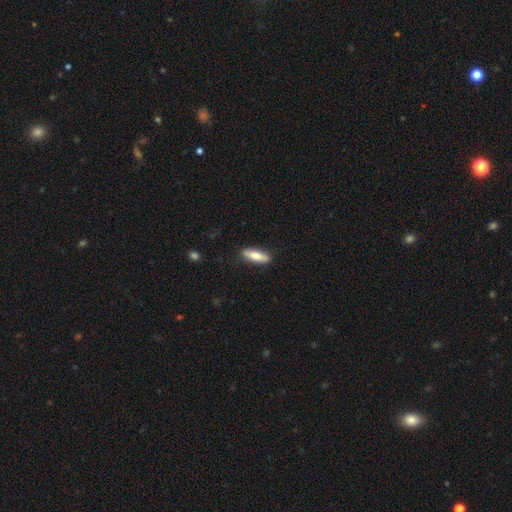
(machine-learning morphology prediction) A smooth galaxy with no disk features (70%) that is cigar-shaped (55%).

Vote fractions:
- Smooth or featured? smooth: 70% / featured or disk: 24% / star or artifact: 6%
- How rounded? cigar-shaped: 55% / in between: 43% / round: 2%
- Merging? none: 86% / minor disturbance: 10% / major disturbance: 2% / merger: 1%